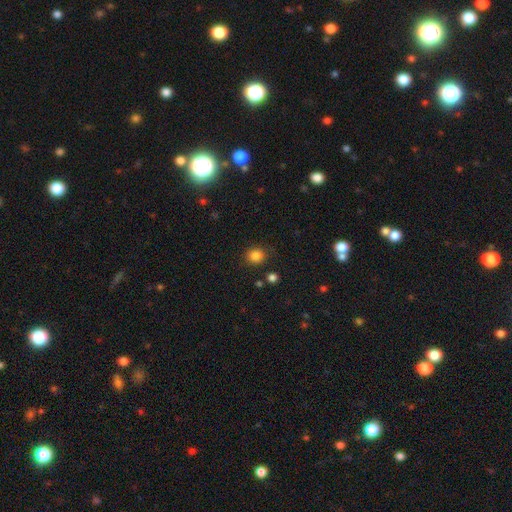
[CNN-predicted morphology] Smooth or featured: smooth — 84% (star or artifact — 12%)
How rounded: round — 78% (in between — 21%)
Merging: none — 85% (minor disturbance — 10%)